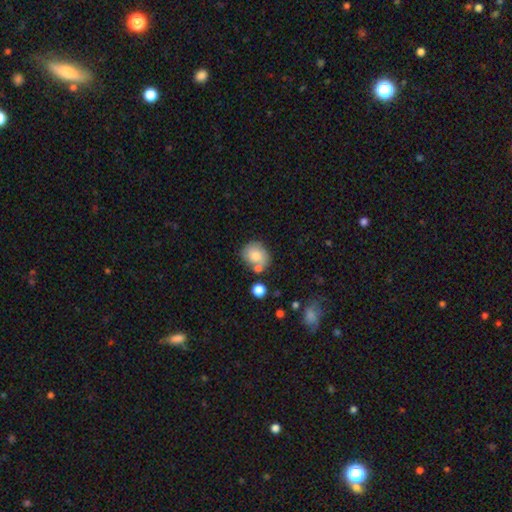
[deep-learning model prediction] This appears to be a smooth galaxy with no disk features (79%) that is round (64%). Merging: none (59%).